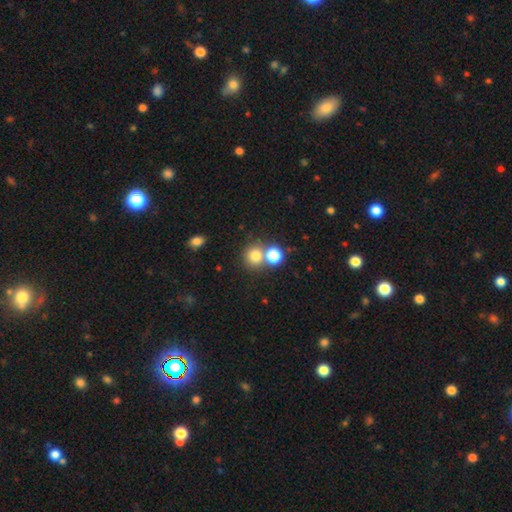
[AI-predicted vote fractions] Smooth or featured? smooth (77%)
How rounded? round (87%)
Merging? none (60%)